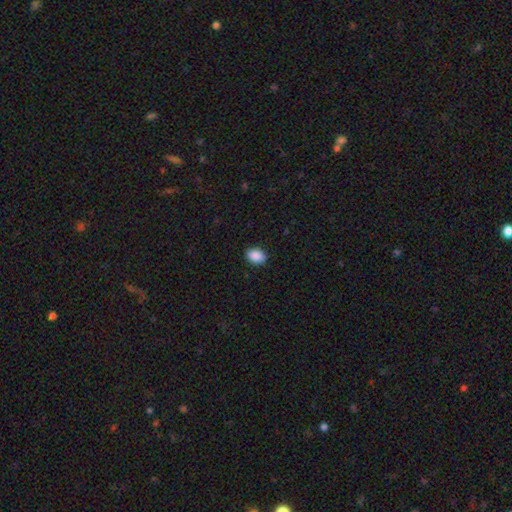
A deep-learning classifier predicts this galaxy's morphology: type=smooth (90%); roundness=in between (81%); merging=none (89%).